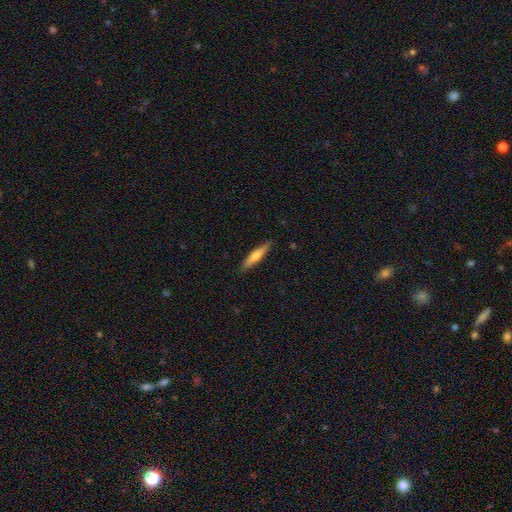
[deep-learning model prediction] smooth 58%, featured or disk 36%, star or artifact 6%. Down the decision tree: how rounded — cigar-shaped (87%); merging — none (89%).